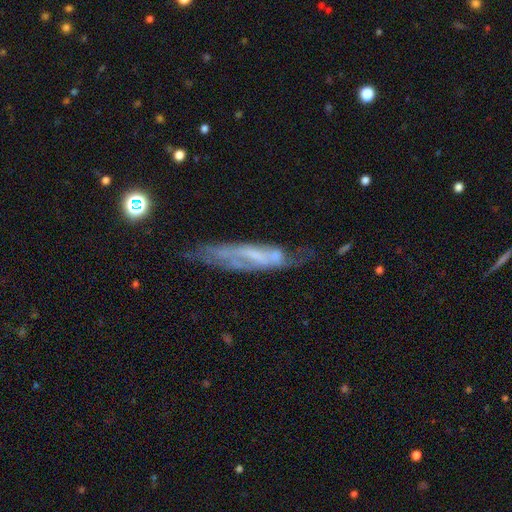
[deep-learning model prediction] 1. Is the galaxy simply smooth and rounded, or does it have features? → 66% featured or disk, 25% smooth, 9% star or artifact.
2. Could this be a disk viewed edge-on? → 54% no, 46% yes.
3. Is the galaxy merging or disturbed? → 52% none, 26% minor disturbance, 17% major disturbance, 5% merger.